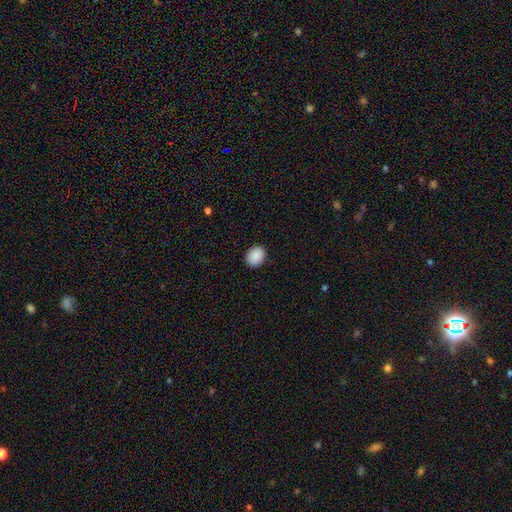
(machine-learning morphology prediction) Smooth or featured?
  - smooth: 90% *
  - star or artifact: 7%
  - featured or disk: 3%
How rounded?
  - in between: 55% *
  - round: 44%
  - cigar-shaped: 1%
Merging?
  - none: 90% *
  - minor disturbance: 7%
  - major disturbance: 2%
  - merger: 1%